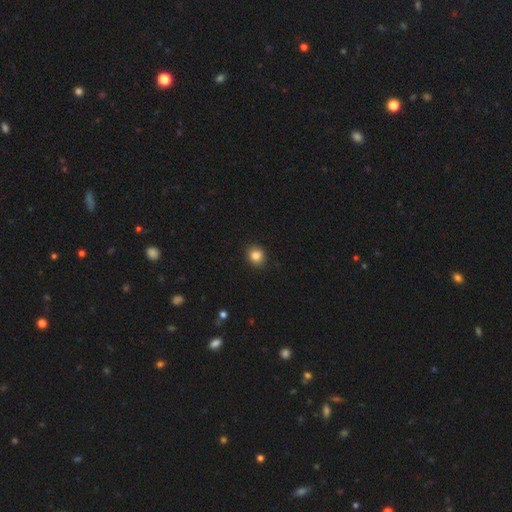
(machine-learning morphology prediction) A smooth galaxy with no disk features (84%) that is round (76%).

Vote fractions:
- Smooth or featured? smooth: 84% / star or artifact: 11% / featured or disk: 5%
- How rounded? round: 76% / in between: 23% / cigar-shaped: 1%
- Merging? none: 90% / minor disturbance: 7% / major disturbance: 2% / merger: 1%